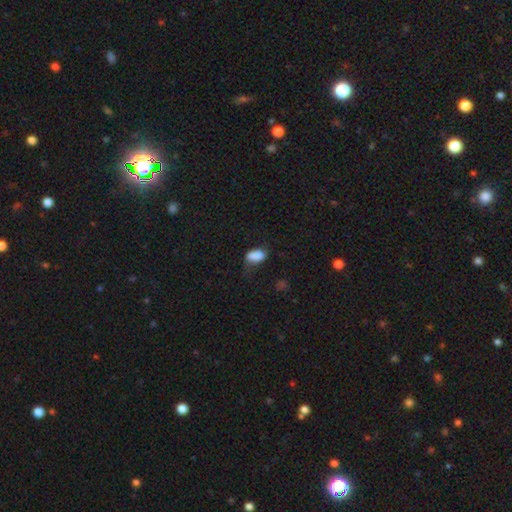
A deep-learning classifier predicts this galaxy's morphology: Smooth or featured? Predicted: smooth (p=0.82). How rounded? Predicted: in between (p=0.89). Merging? Predicted: none (p=0.41).